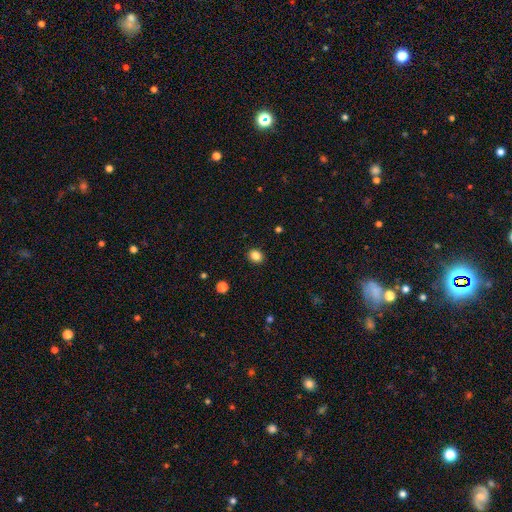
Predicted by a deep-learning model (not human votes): A smooth galaxy with no disk features (84%) that is round (63%).

Vote fractions:
- Smooth or featured? smooth: 84% / star or artifact: 11% / featured or disk: 5%
- How rounded? round: 63% / in between: 37% / cigar-shaped: 1%
- Merging? none: 91% / minor disturbance: 7% / major disturbance: 2% / merger: 1%